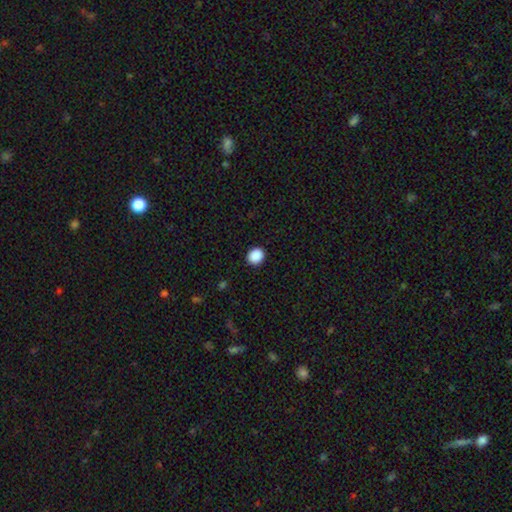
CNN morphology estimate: smooth_or_featured: smooth (p=0.89) [alt: star or artifact p=0.08]
how_rounded: round (p=0.73) [alt: in between p=0.26]
merging: none (p=0.91) [alt: minor disturbance p=0.06]